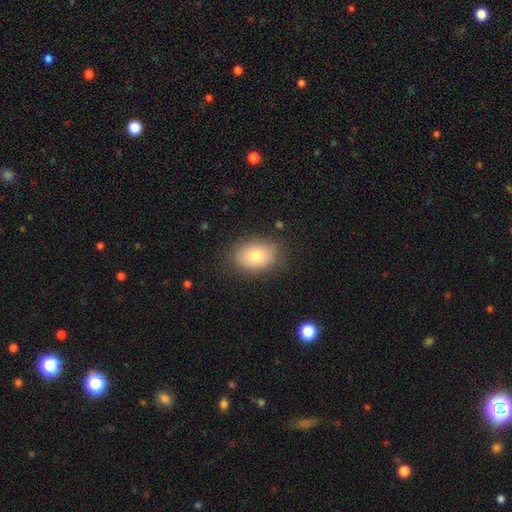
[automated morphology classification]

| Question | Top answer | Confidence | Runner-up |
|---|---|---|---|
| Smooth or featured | smooth | 77% | featured or disk (15%) |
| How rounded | in between | 76% | round (23%) |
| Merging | none | 82% | minor disturbance (13%) |